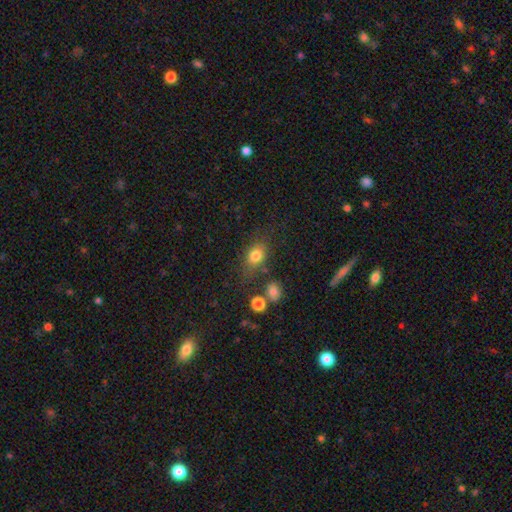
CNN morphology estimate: This is likely a smooth galaxy (78%). How rounded: likely in between (61%). Merging: likely none (65%).